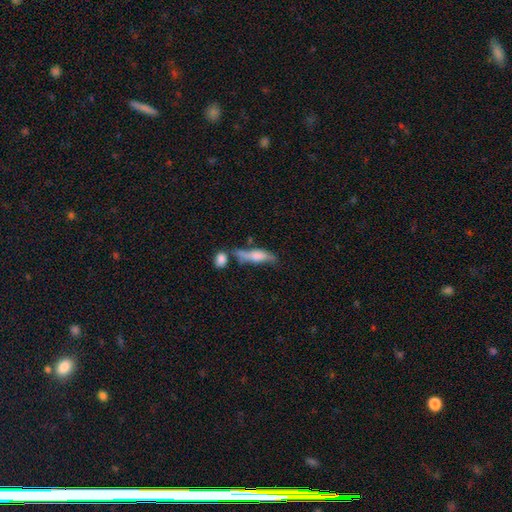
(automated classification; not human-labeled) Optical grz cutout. It shows a smooth galaxy with no disk features (57%) that is cigar-shaped (59%). Merging: none (42%).